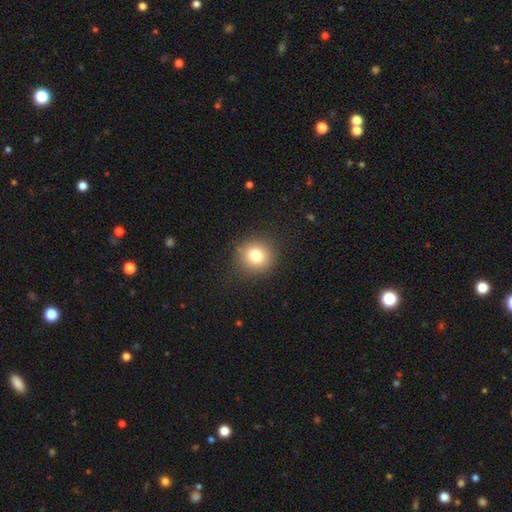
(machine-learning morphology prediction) Overall: smooth (79%). How rounded: round (92%). Merging: none (89%).